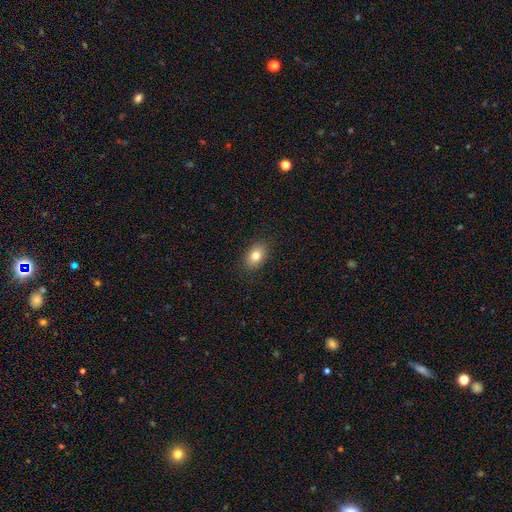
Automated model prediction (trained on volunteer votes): Smooth or featured: smooth — 81% (featured or disk — 10%)
How rounded: in between — 83% (round — 15%)
Merging: none — 88% (minor disturbance — 9%)